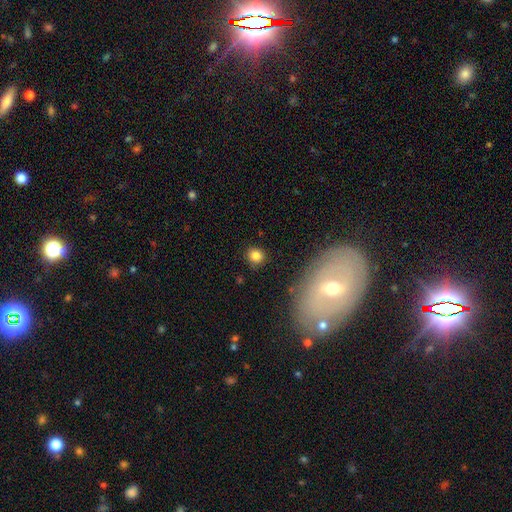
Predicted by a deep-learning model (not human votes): The model was most divided on "how rounded": round: 84%, in between: 15%, cigar-shaped: 1%. More confident: merging — none (88%); smooth or featured — smooth (83%).